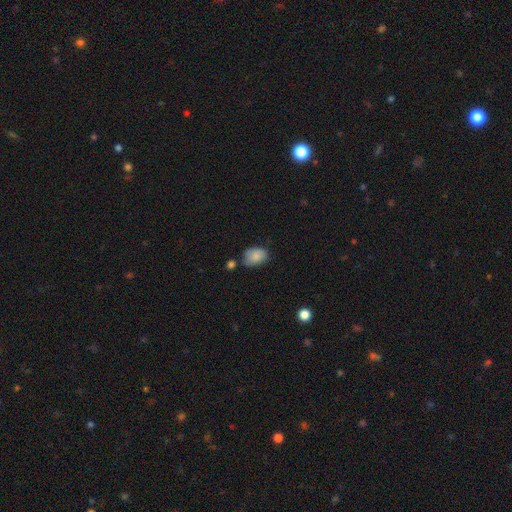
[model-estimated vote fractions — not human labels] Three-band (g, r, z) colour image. It shows a smooth galaxy with no disk features (84%) that is in between round and cigar-shaped (81%). Merging: none (53%).